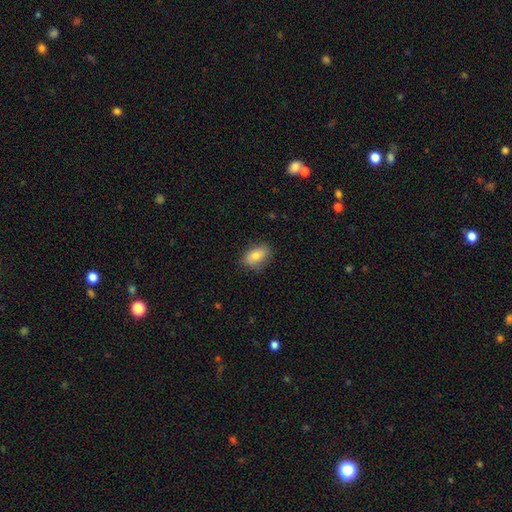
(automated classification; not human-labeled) A smooth galaxy with no disk features (77%) that is in between round and cigar-shaped (86%).

Vote fractions:
- Smooth or featured? smooth: 77% / featured or disk: 15% / star or artifact: 8%
- How rounded? in between: 86% / round: 11% / cigar-shaped: 2%
- Merging? none: 81% / minor disturbance: 15% / major disturbance: 3% / merger: 1%